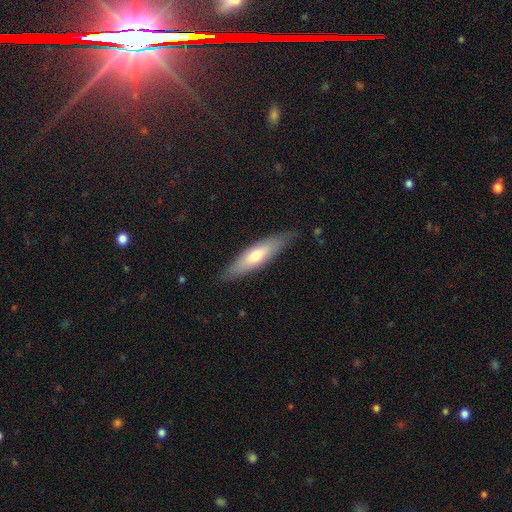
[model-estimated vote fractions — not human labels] smooth_or_featured: smooth (p=0.58) [alt: featured or disk p=0.36]
how_rounded: cigar-shaped (p=0.65) [alt: in between p=0.34]
merging: none (p=0.81) [alt: minor disturbance p=0.14]